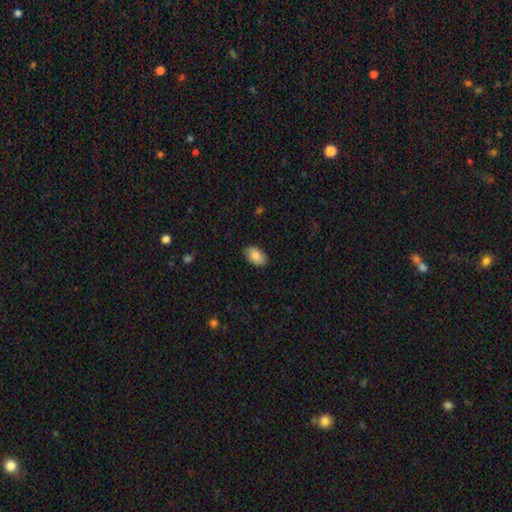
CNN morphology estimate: Smooth or featured: smooth — 87% (star or artifact — 7%)
How rounded: in between — 92% (round — 6%)
Merging: none — 84% (minor disturbance — 12%)